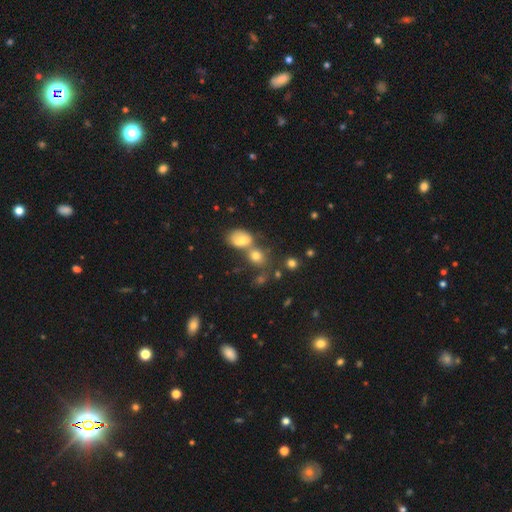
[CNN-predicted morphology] type=smooth (72%); roundness=round (54%); merging=merger (45%).